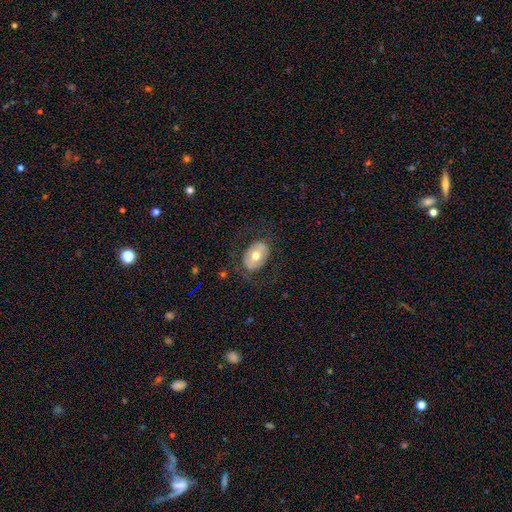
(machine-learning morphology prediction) A smooth galaxy with no disk features (53%) that is in between round and cigar-shaped (75%).

Vote fractions:
- Smooth or featured? smooth: 53% / featured or disk: 40% / star or artifact: 7%
- How rounded? in between: 75% / round: 24% / cigar-shaped: 1%
- Merging? none: 74% / minor disturbance: 13% / major disturbance: 11% / merger: 1%